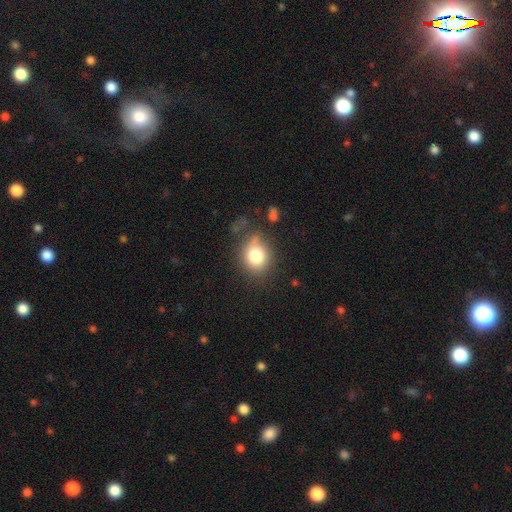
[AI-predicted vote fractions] A smooth galaxy with no disk features (79%) that is round (63%).

Vote fractions:
- Smooth or featured? smooth: 79% / featured or disk: 11% / star or artifact: 10%
- How rounded? round: 63% / in between: 36% / cigar-shaped: 1%
- Merging? none: 61% / minor disturbance: 24% / major disturbance: 10% / merger: 5%